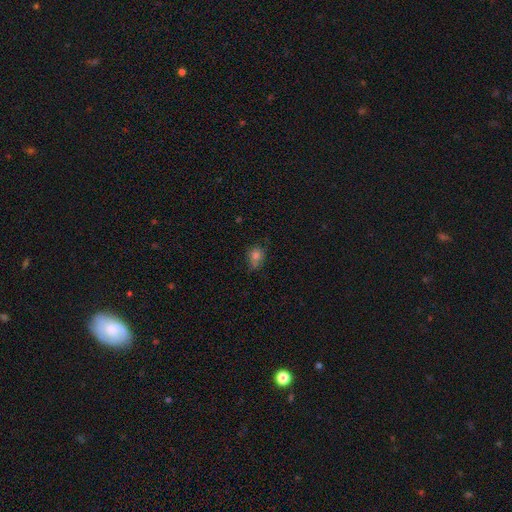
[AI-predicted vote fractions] Overall: smooth (76%). How rounded: round (55%; in between 43%). Merging: none (56%; minor disturbance 30%).